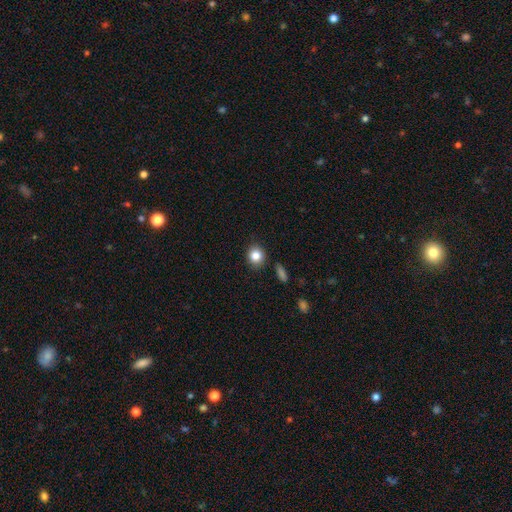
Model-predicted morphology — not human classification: smooth-or-featured: smooth: 84% | star or artifact: 10% | featured or disk: 6%
  how-rounded: round: 75% | in between: 24% | cigar-shaped: 1%
  merging: none: 85% | minor disturbance: 10% | merger: 3% | major disturbance: 2%